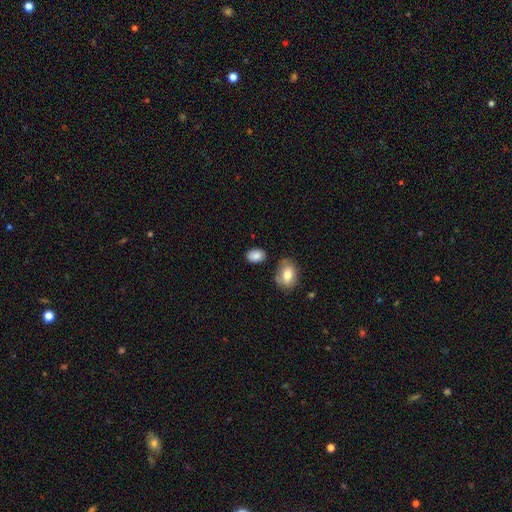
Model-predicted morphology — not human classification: Q: Smooth or featured?
A: smooth (85%); runner-up: star or artifact (8%)
Q: How rounded?
A: in between (80%); runner-up: round (19%)
Q: Merging?
A: none (76%); runner-up: minor disturbance (16%)